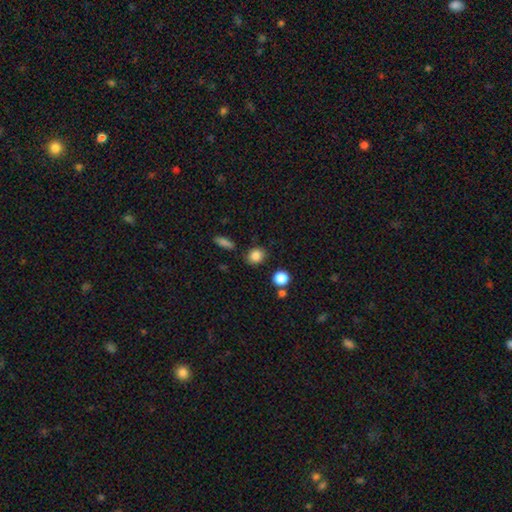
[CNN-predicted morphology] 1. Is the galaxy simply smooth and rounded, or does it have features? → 85% smooth, 10% star or artifact, 5% featured or disk.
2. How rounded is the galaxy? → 72% round, 27% in between, 1% cigar-shaped.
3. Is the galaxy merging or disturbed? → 84% none, 10% minor disturbance, 4% merger, 3% major disturbance.